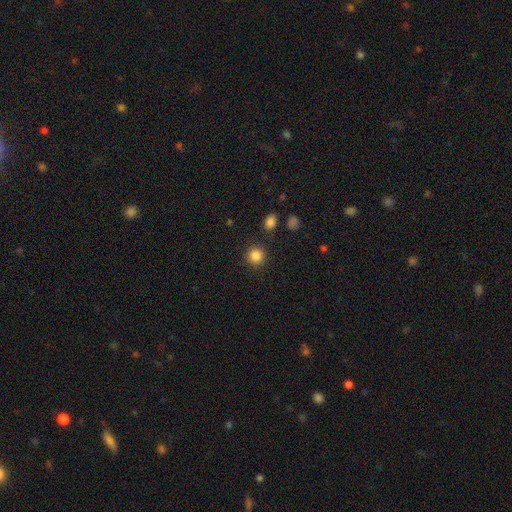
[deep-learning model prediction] smooth-or-featured: smooth: 85% | star or artifact: 11% | featured or disk: 4%
  how-rounded: round: 93% | in between: 6% | cigar-shaped: 1%
  merging: none: 89% | minor disturbance: 6% | major disturbance: 2% | merger: 2%